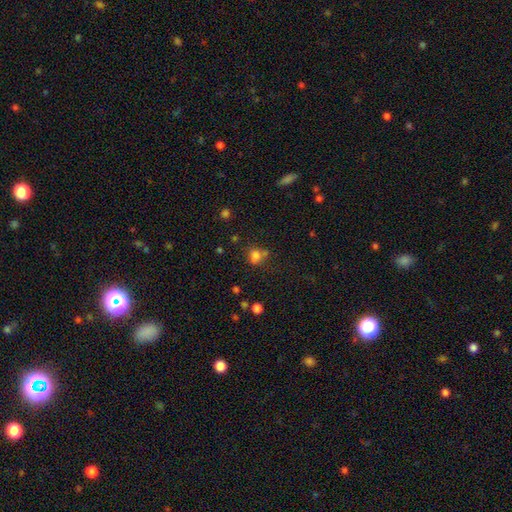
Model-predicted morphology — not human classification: The model was most divided on "merging": none: 53%, merger: 21%, minor disturbance: 18%, major disturbance: 7%. More confident: smooth or featured — smooth (74%); how rounded — round (70%).